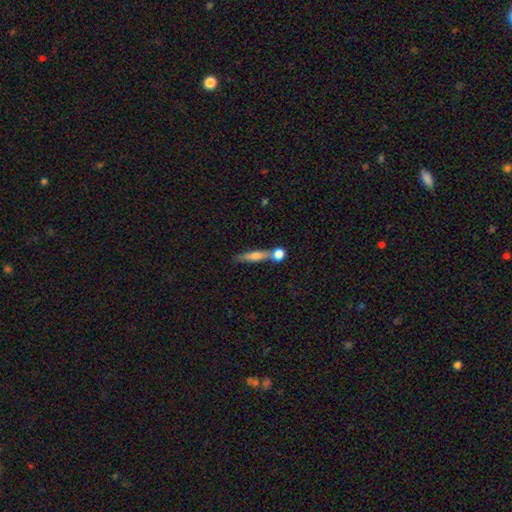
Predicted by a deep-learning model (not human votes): smooth-or-featured: smooth: 61% | featured or disk: 30% | star or artifact: 9%
  how-rounded: cigar-shaped: 75% | in between: 18% | round: 7%
  merging: none: 54% | merger: 30% | minor disturbance: 11% | major disturbance: 5%